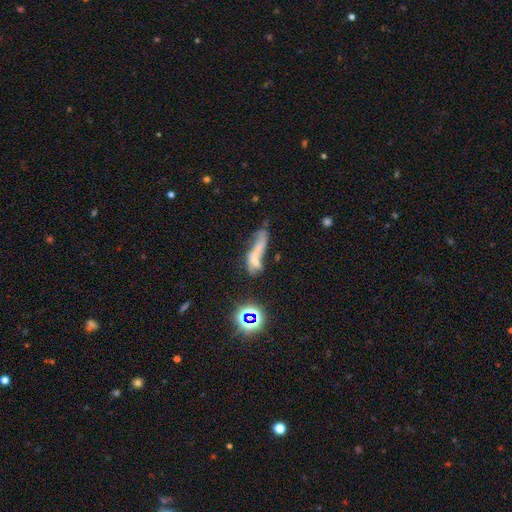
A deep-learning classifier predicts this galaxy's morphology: smooth_or_featured: smooth (p=0.42) [alt: featured or disk p=0.37]
merging: major disturbance (p=0.29) [alt: merger p=0.26]